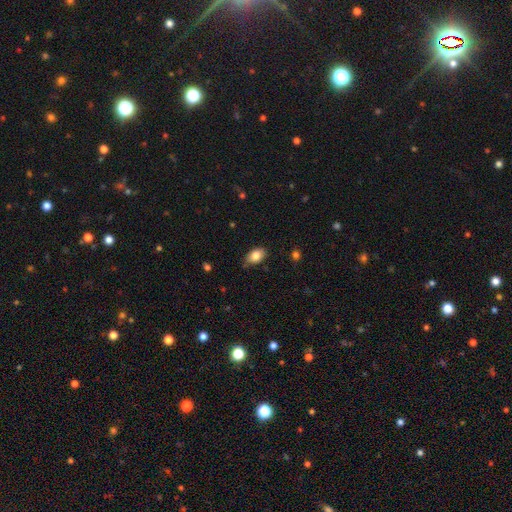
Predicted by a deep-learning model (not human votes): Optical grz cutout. It shows a smooth galaxy with no disk features (83%) that is in between round and cigar-shaped (89%). Merging: none (78%).